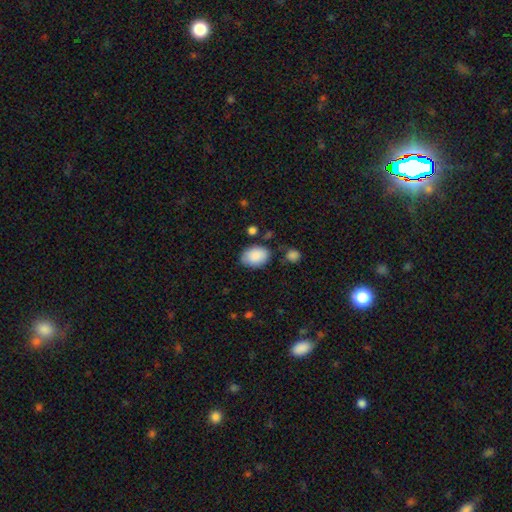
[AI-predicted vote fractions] Smooth or featured: smooth — 89% (star or artifact — 6%)
How rounded: in between — 81% (round — 18%)
Merging: none — 73% (minor disturbance — 18%)